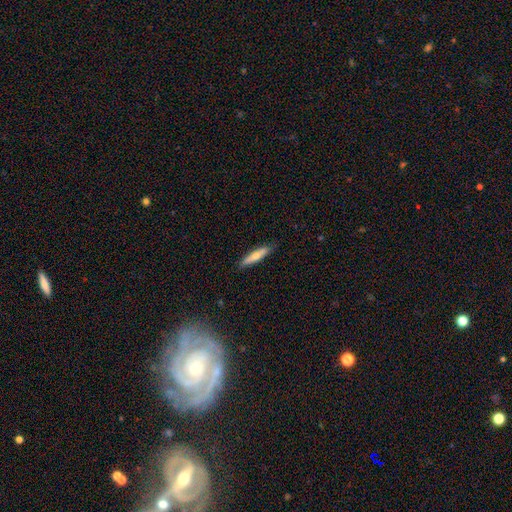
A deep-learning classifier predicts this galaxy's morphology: A smooth galaxy with no disk features (58%) that is cigar-shaped (86%).

Vote fractions:
- Smooth or featured? smooth: 58% / featured or disk: 36% / star or artifact: 6%
- How rounded? cigar-shaped: 86% / in between: 13% / round: 2%
- Merging? none: 88% / minor disturbance: 9% / major disturbance: 2% / merger: 1%